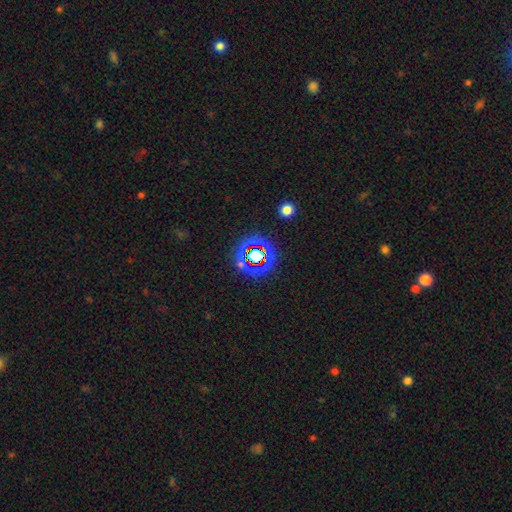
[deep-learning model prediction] This is likely a star or artifact rather than a galaxy (73%).